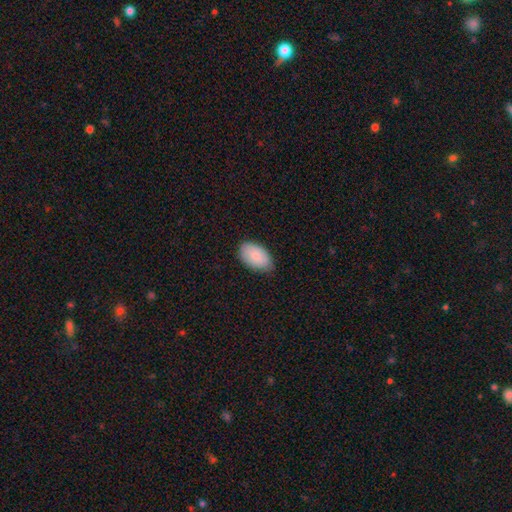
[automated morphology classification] This is clearly a smooth galaxy (87%). How rounded: clearly in between (94%). Merging: likely none (76%).